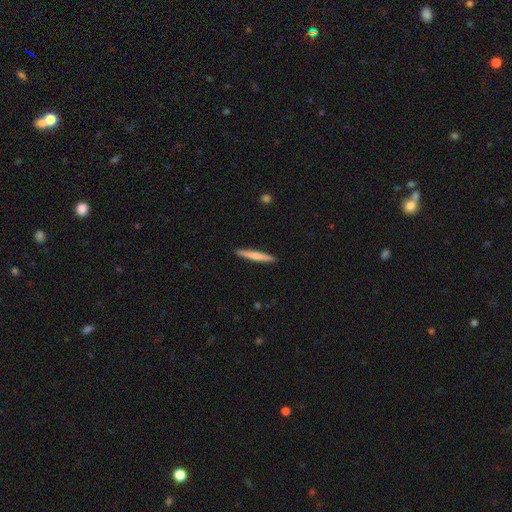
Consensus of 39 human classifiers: Volunteers were most divided on "smooth or featured": smooth: 77%, featured or disk: 21%, star or artifact: 3%. More confident: merging — none (92%); how rounded — cigar-shaped (90%).